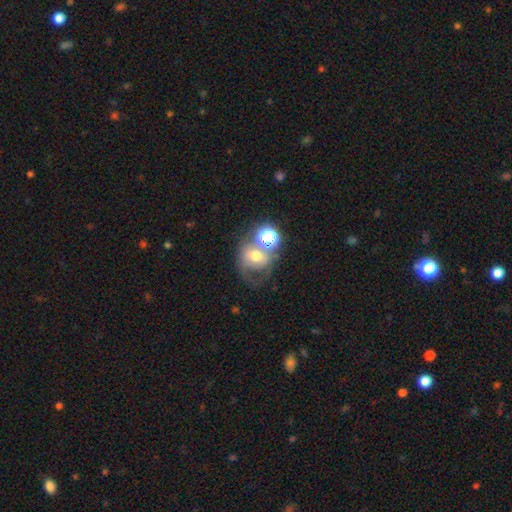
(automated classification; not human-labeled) Smooth or featured? smooth (45%)
Merging? none (33%)